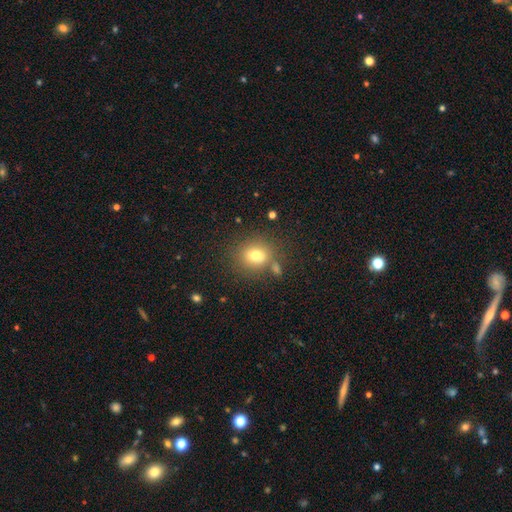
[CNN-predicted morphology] This is likely a smooth galaxy (75%). How rounded: likely round (72%). Merging: likely none (73%).